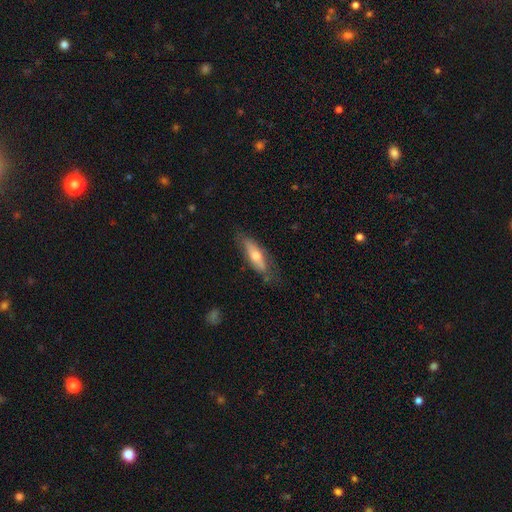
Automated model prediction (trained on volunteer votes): Morphology: type=smooth (50%); roundness=cigar-shaped (54%); merging=none (71%).